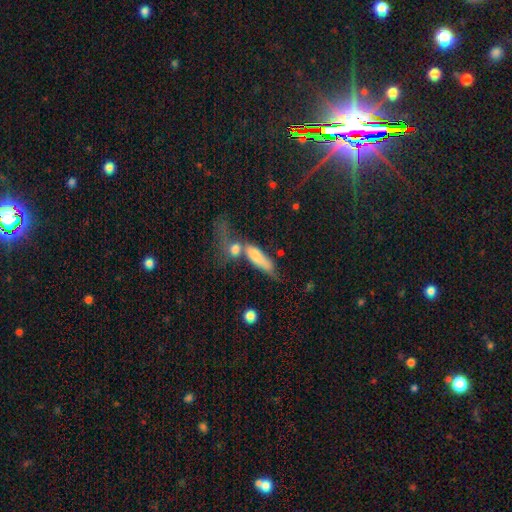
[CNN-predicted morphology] This is likely a smooth galaxy (65%). How rounded: possibly cigar-shaped (55%). Merging: possibly merger (49%).